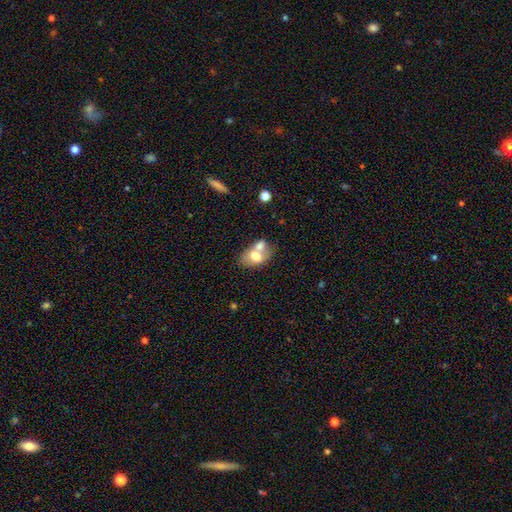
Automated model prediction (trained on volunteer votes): Smooth or featured? Predicted: smooth (p=0.66). How rounded? Predicted: in between (p=0.80). Merging? Predicted: merger (p=0.53).